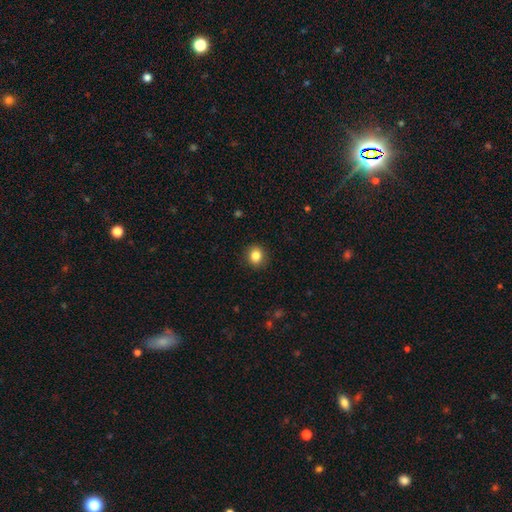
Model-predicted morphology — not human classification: smooth 84%, star or artifact 10%, featured or disk 6%. Down the decision tree: how rounded — round (83%); merging — none (90%).